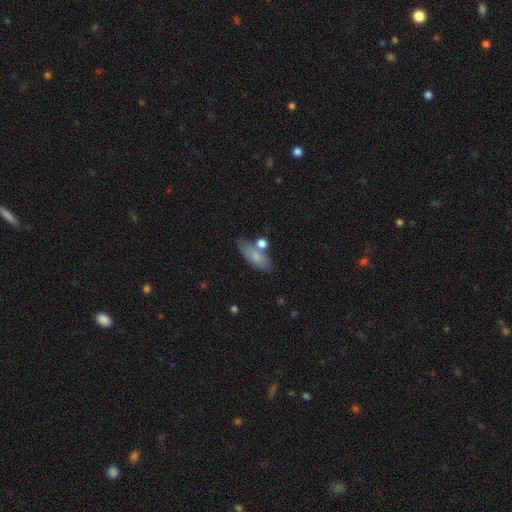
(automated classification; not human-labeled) A smooth galaxy with no disk features (73%) that is in between round and cigar-shaped (72%). Merging: none (64%).